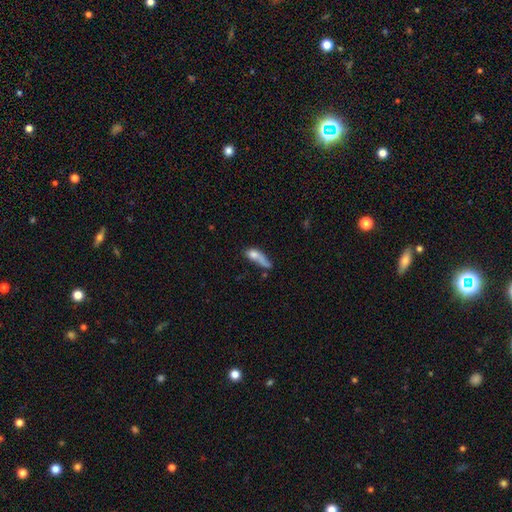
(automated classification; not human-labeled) The model was most divided on "merging": major disturbance: 30%, none: 24%, merger: 23%, minor disturbance: 23%. More confident: smooth or featured — smooth (66%); how rounded — in between (54%).